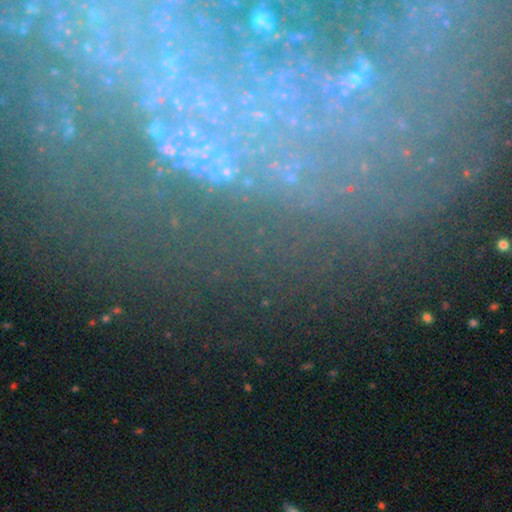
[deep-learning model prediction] star or artifact 47%, featured or disk 34%, smooth 19%.